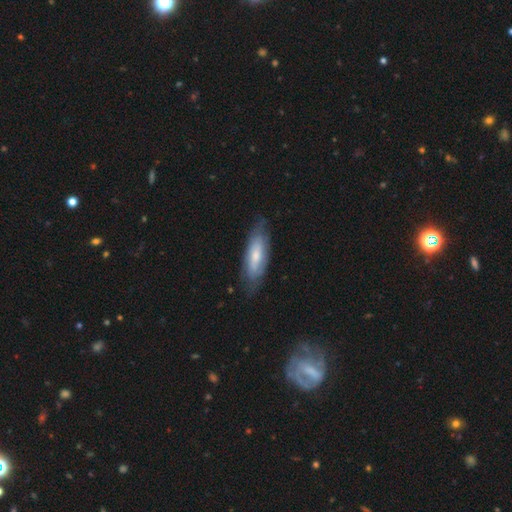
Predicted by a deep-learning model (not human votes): Q: Smooth or featured?
A: smooth (54%); runner-up: featured or disk (40%)
Q: How rounded?
A: in between (63%); runner-up: cigar-shaped (35%)
Q: Merging?
A: none (71%); runner-up: minor disturbance (22%)